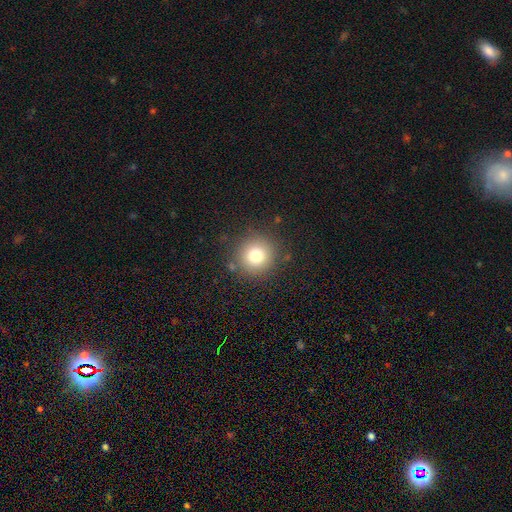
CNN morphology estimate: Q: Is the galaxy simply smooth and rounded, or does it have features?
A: smooth — 79%.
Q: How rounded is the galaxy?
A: round — 94%.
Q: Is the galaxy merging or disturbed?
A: none — 86%.